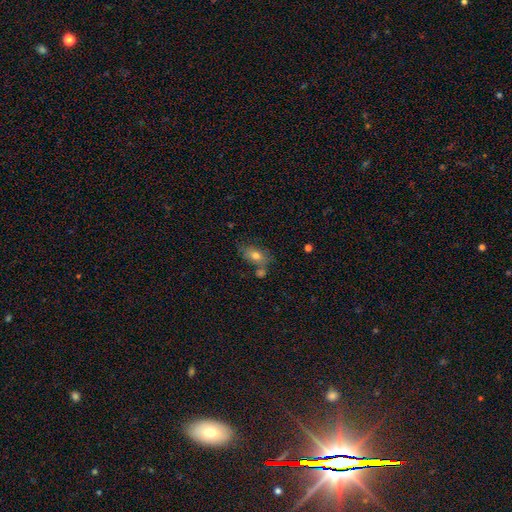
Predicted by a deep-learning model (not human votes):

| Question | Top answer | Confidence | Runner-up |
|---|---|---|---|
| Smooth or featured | smooth | 71% | featured or disk (19%) |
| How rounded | in between | 81% | round (15%) |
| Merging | none | 54% | merger (20%) |